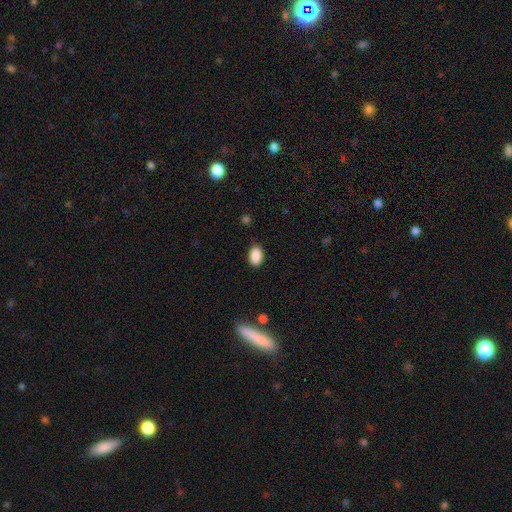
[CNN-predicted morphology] This appears to be a smooth galaxy with no disk features (89%) that is in between round and cigar-shaped (90%). Merging: none (85%).